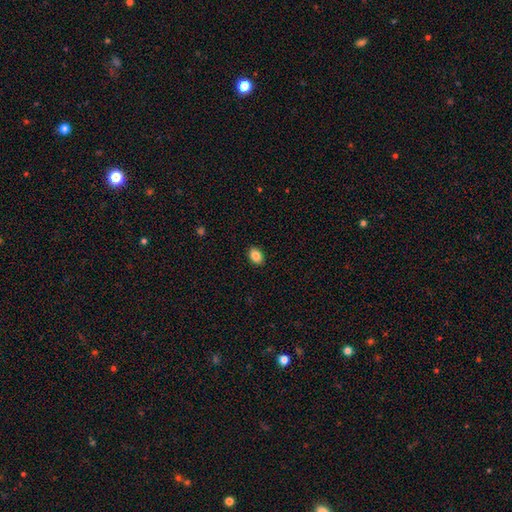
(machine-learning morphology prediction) Overall: smooth (86%). How rounded: in between (73%). Merging: none (90%).